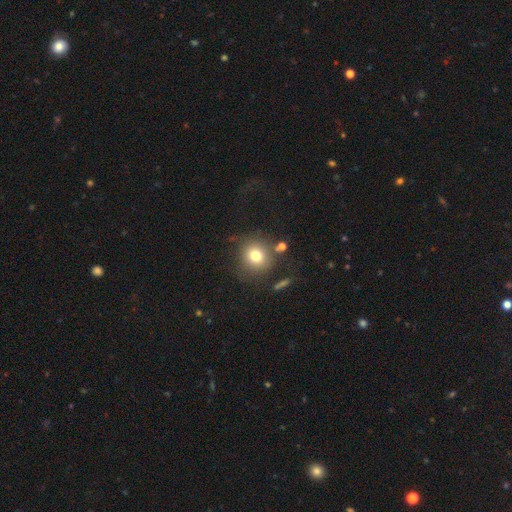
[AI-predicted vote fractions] Overall: smooth (76%). How rounded: round (88%). Merging: none (76%).